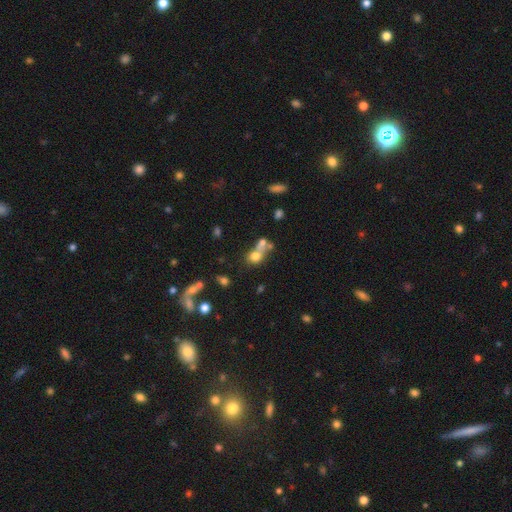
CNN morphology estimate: type=smooth (67%); roundness=round (64%); merging=merger (54%).